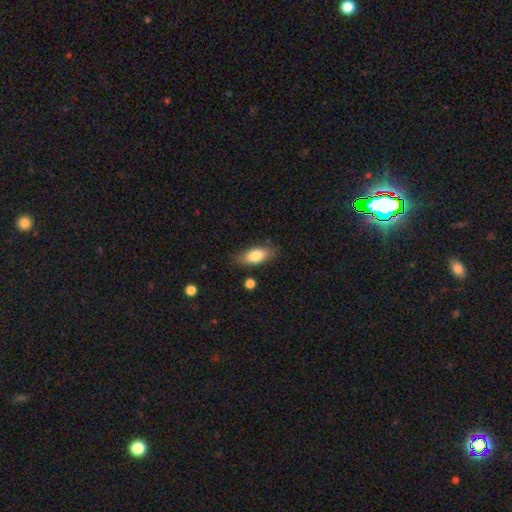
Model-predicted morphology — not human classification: Smooth or featured: smooth — 79% (featured or disk — 14%)
How rounded: in between — 83% (cigar-shaped — 14%)
Merging: none — 81% (minor disturbance — 14%)